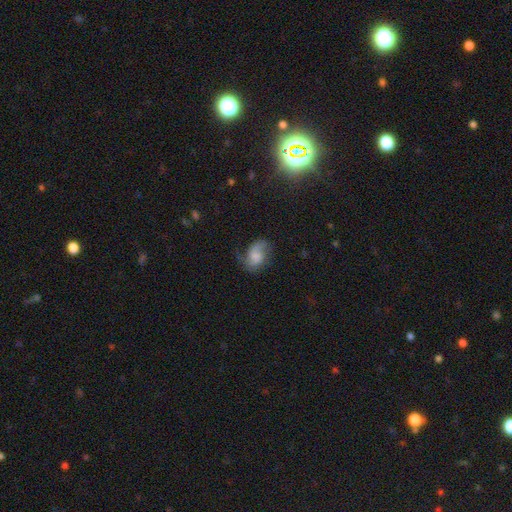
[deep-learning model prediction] featured or disk 55%, smooth 36%, star or artifact 9%. Down the decision tree: edge-on disk — no (97%); bar — no (59%); spiral arms — yes (90%); bulge size — small (29%); merging — none (55%).